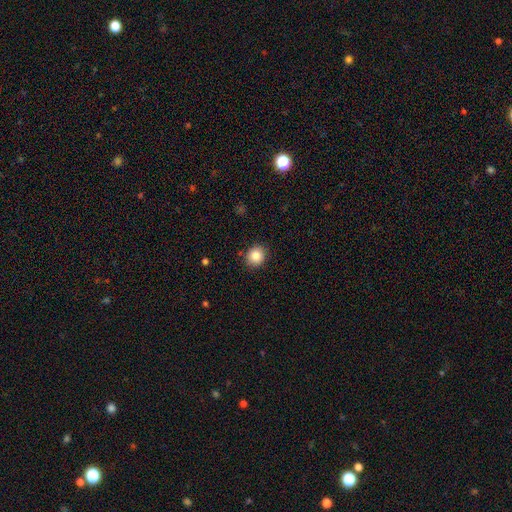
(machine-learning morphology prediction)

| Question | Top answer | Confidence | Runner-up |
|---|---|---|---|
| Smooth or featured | smooth | 85% | star or artifact (10%) |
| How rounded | round | 84% | in between (15%) |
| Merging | none | 88% | minor disturbance (8%) |